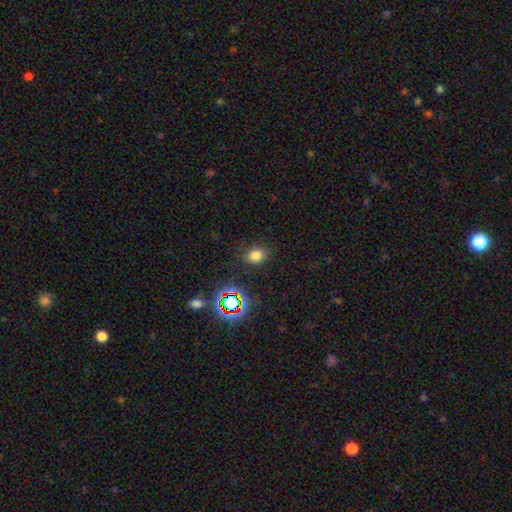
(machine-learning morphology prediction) smooth_or_featured: smooth (p=0.72) [alt: star or artifact p=0.21]
how_rounded: round (p=0.64) [alt: in between p=0.34]
merging: none (p=0.82) [alt: minor disturbance p=0.12]